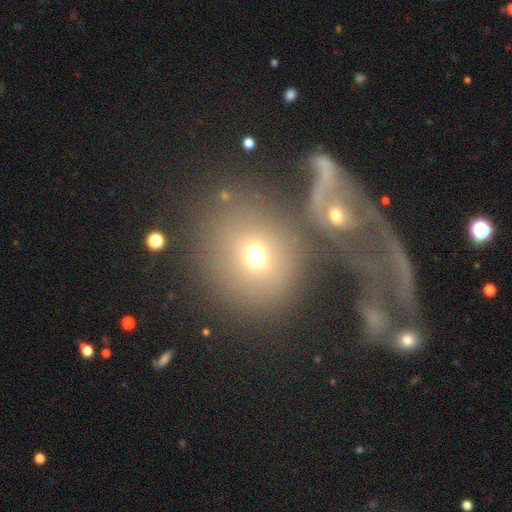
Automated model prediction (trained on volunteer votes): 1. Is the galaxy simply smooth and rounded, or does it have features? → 65% smooth, 20% featured or disk, 15% star or artifact.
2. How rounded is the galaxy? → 75% round, 24% in between, 1% cigar-shaped.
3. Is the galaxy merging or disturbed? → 47% none, 30% merger, 12% minor disturbance, 11% major disturbance.